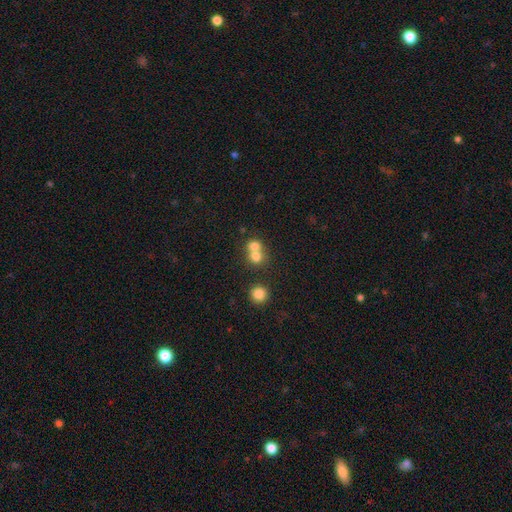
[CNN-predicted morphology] This is likely a smooth galaxy (74%). How rounded: likely round (78%). Merging: possibly merger (59%).